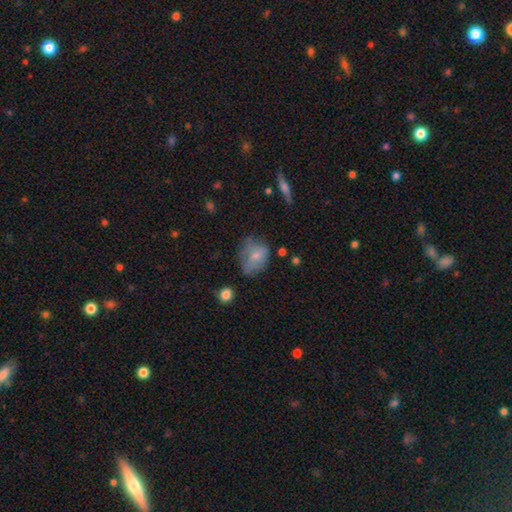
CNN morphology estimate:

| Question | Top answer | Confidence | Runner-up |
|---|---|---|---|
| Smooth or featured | smooth | 66% | featured or disk (25%) |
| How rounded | in between | 58% | round (41%) |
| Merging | none | 44% | minor disturbance (33%) |